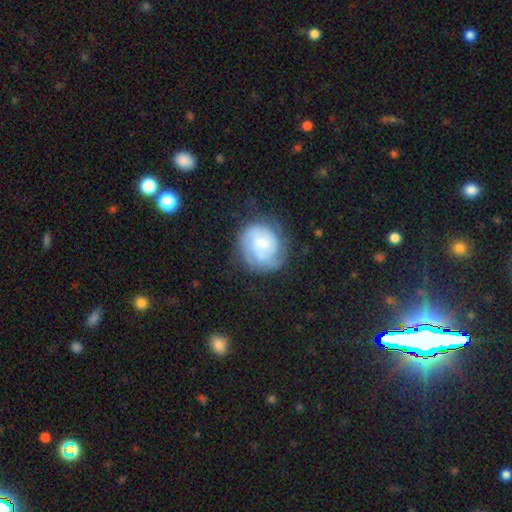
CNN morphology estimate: Smooth or featured? featured or disk (56%)
Edge-on disk? no (98%)
Bar? no (60%)
Spiral arms? yes (80%)
Bulge size? small (48%)
Merging? none (63%)